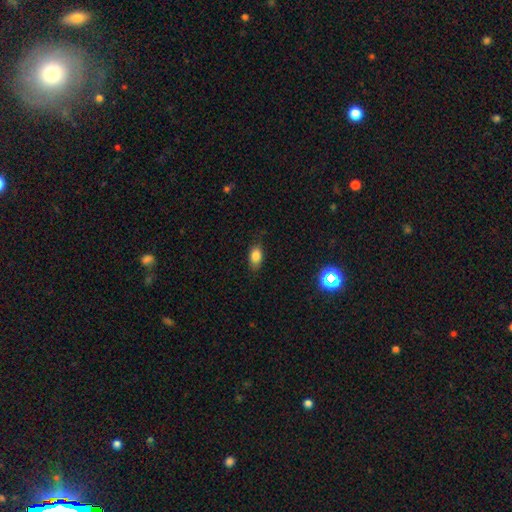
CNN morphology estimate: smooth 83%, star or artifact 9%, featured or disk 8%. Down the decision tree: how rounded — in between (87%); merging — none (78%).